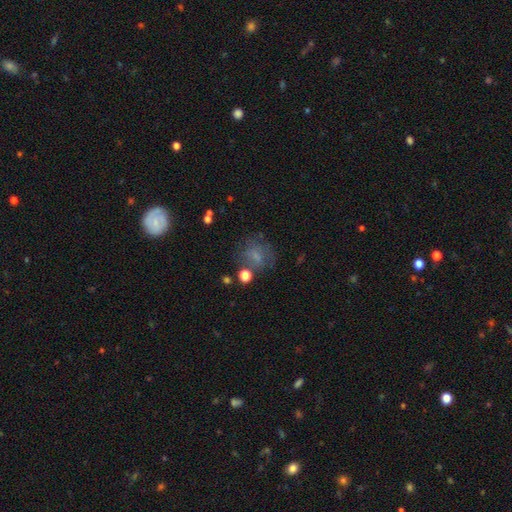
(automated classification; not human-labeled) smooth-or-featured: smooth: 60% | featured or disk: 23% | star or artifact: 17%
  how-rounded: round: 66% | in between: 32% | cigar-shaped: 1%
  merging: none: 55% | minor disturbance: 20% | major disturbance: 17% | merger: 7%